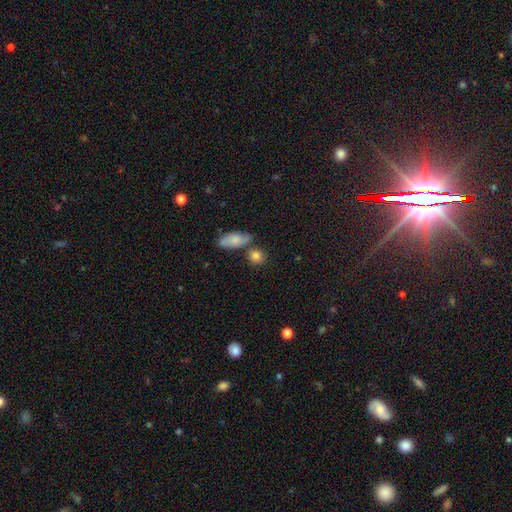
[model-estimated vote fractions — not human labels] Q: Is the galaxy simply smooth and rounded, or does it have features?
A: smooth — 84%.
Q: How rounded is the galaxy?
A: round — 77%.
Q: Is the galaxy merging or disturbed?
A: none — 68%.